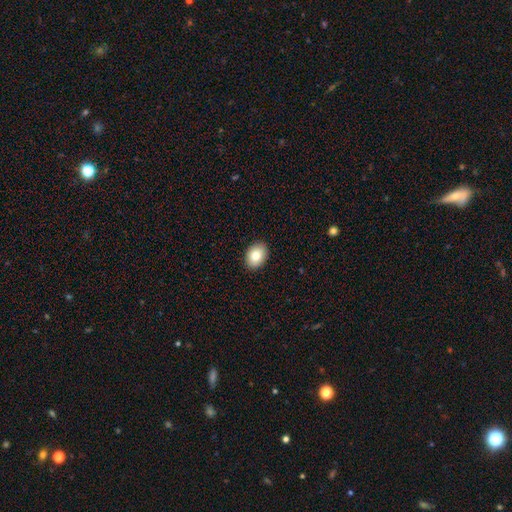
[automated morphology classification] Smooth or featured? smooth (82%)
How rounded? in between (79%)
Merging? none (91%)